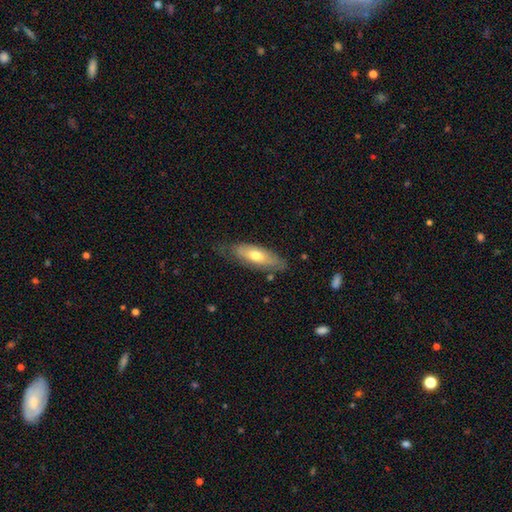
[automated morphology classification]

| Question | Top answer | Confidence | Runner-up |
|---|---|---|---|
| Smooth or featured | smooth | 56% | featured or disk (38%) |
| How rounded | in between | 61% | cigar-shaped (37%) |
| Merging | none | 68% | minor disturbance (24%) |